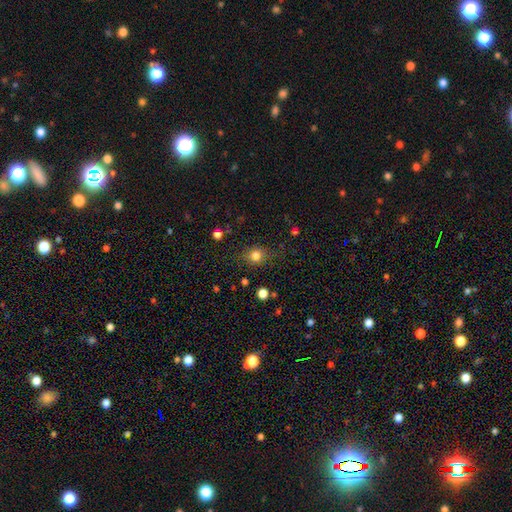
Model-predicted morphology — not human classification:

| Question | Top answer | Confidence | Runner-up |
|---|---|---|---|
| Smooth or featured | smooth | 80% | star or artifact (13%) |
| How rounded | round | 71% | in between (27%) |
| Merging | none | 78% | minor disturbance (15%) |